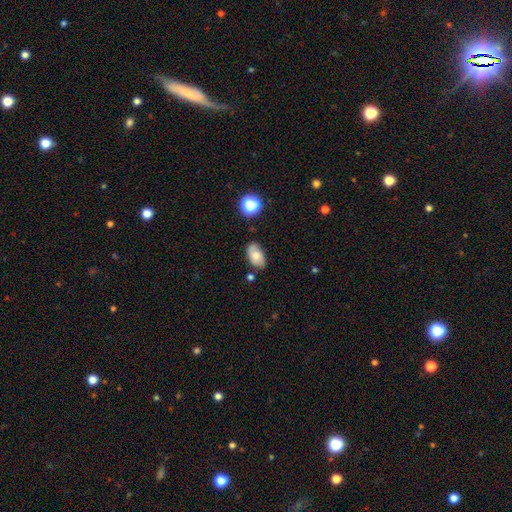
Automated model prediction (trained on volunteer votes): Q: Smooth or featured?
A: smooth (71%); runner-up: featured or disk (19%)
Q: How rounded?
A: in between (92%); runner-up: round (7%)
Q: Merging?
A: none (73%); runner-up: minor disturbance (19%)